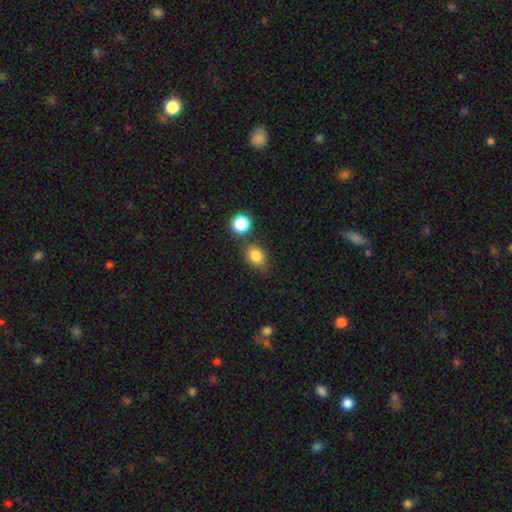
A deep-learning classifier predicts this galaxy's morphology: Smooth or featured: smooth — 84% (star or artifact — 10%)
How rounded: in between — 61% (round — 37%)
Merging: none — 67% (merger — 14%)